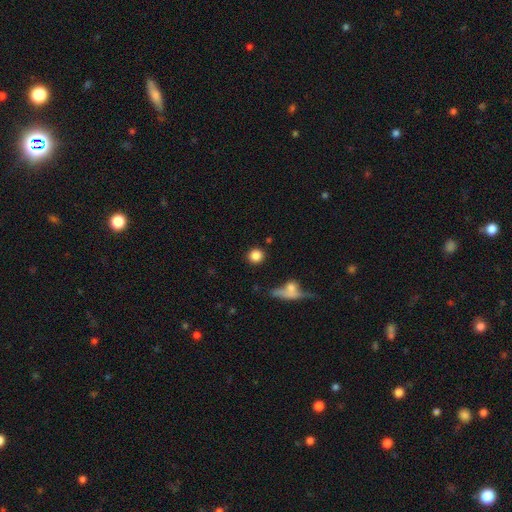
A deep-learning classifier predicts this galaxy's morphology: Smooth or featured: smooth — 83% (star or artifact — 10%)
How rounded: round — 91% (in between — 7%)
Merging: none — 84% (minor disturbance — 7%)